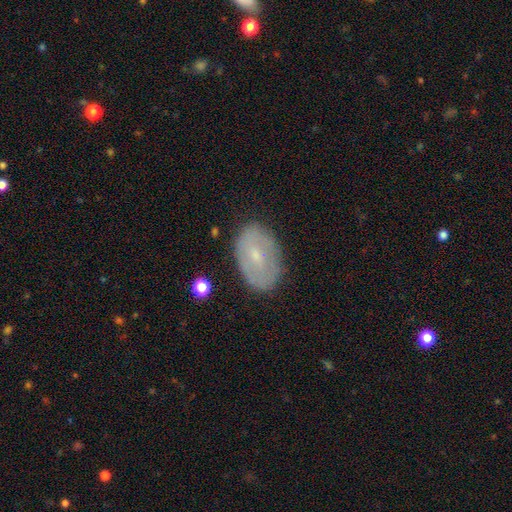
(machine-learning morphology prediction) This appears to be a smooth galaxy with no disk features (48%). Merging: none (78%).